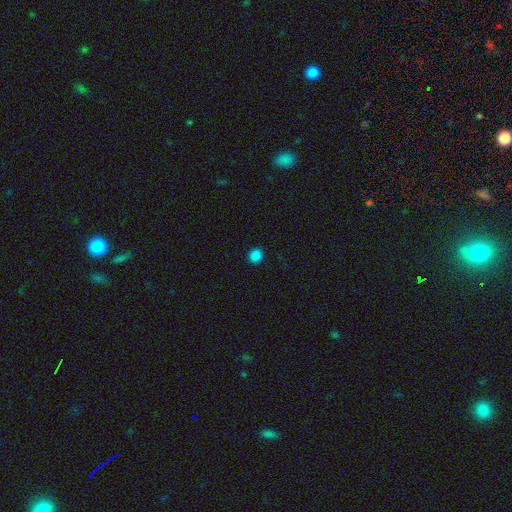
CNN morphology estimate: type=smooth (85%); roundness=round (90%); merging=none (93%).